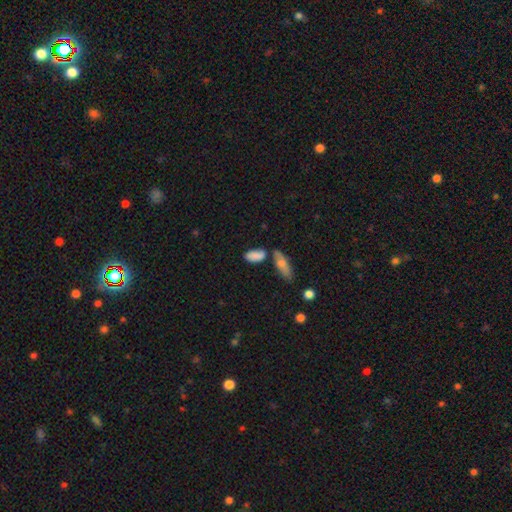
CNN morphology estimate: Smooth or featured: smooth — 81% (featured or disk — 10%)
How rounded: in between — 87% (cigar-shaped — 9%)
Merging: none — 57% (merger — 19%)